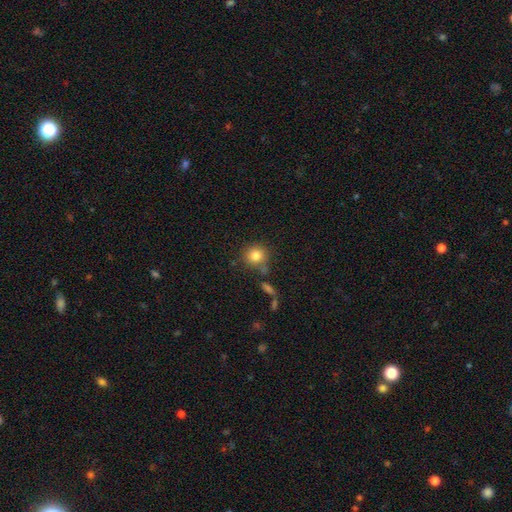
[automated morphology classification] This is clearly a smooth galaxy (82%). How rounded: clearly round (89%). Merging: likely none (75%).